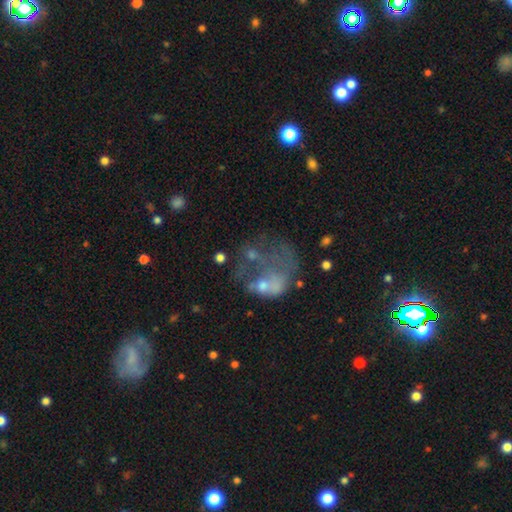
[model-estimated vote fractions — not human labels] The model was most divided on "smooth or featured": featured or disk: 48%, smooth: 33%, star or artifact: 19%. Remaining: merging — major disturbance (46%).